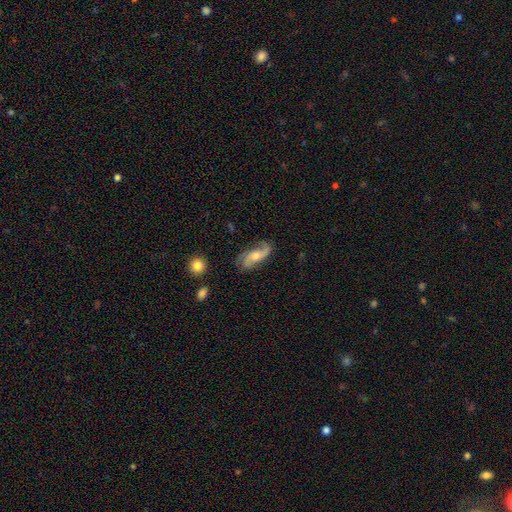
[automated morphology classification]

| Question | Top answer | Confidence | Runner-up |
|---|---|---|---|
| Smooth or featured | featured or disk | 69% | smooth (24%) |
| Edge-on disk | no | 90% | yes (10%) |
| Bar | no | 62% | weak (30%) |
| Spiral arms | yes | 92% | no (8%) |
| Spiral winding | loose | 58% | medium (31%) |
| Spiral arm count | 2 | 80% | can't tell (8%) |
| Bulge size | moderate | 60% | small (30%) |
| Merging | none | 68% | minor disturbance (21%) |